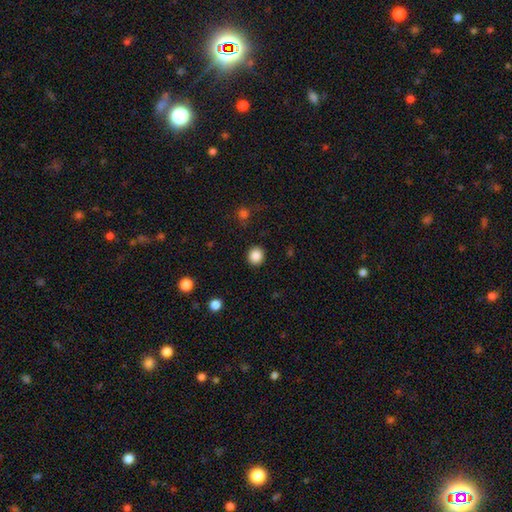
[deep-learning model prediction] Smooth or featured: smooth — 87% (star or artifact — 10%)
How rounded: round — 87% (in between — 12%)
Merging: none — 91% (minor disturbance — 6%)